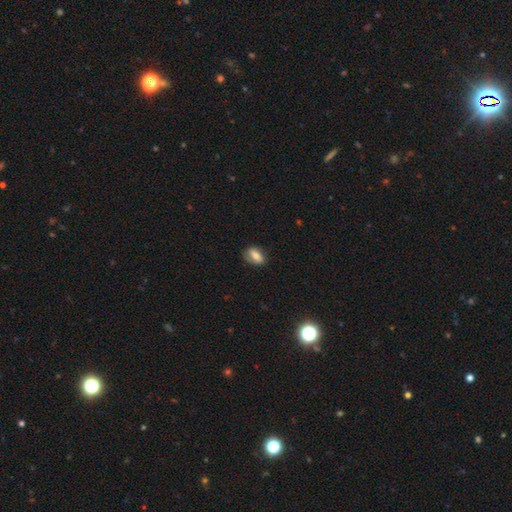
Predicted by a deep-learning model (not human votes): Morphology: type=smooth (70%); roundness=in between (81%); merging=none (76%).